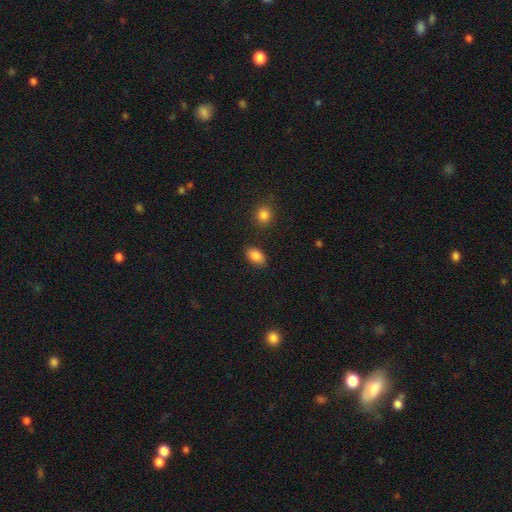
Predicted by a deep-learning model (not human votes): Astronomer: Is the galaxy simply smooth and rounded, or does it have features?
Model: smooth — 87%.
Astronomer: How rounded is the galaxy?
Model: in between — 89%.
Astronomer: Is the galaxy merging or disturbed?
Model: none — 85%.